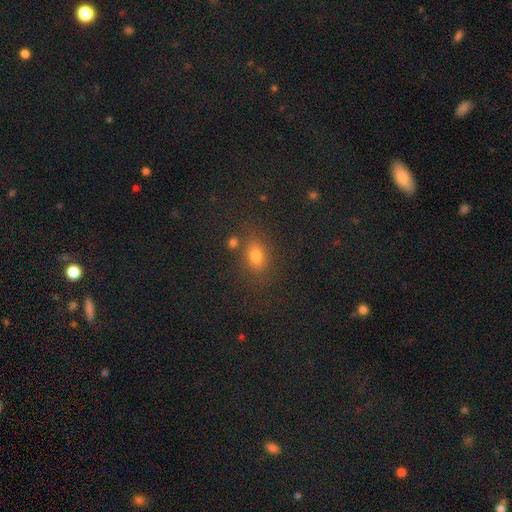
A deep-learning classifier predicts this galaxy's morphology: A smooth galaxy with no disk features (68%) that is in between round and cigar-shaped (68%). Merging: none (74%).